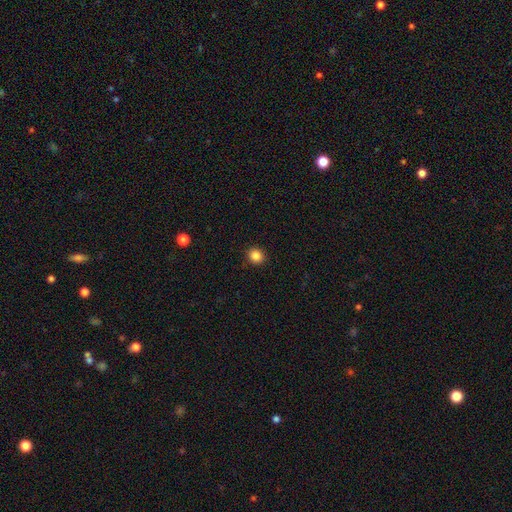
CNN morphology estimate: This appears to be a smooth galaxy with no disk features (86%) that is round (78%). Merging: none (91%).